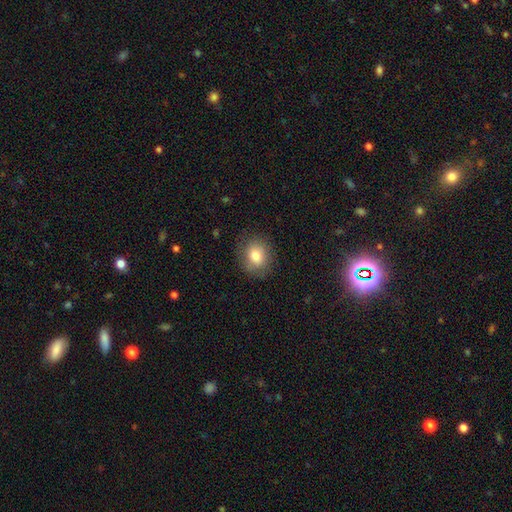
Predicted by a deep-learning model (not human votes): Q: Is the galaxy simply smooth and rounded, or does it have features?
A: smooth — 80%.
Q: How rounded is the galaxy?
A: round — 65%.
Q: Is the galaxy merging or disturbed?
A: none — 84%.